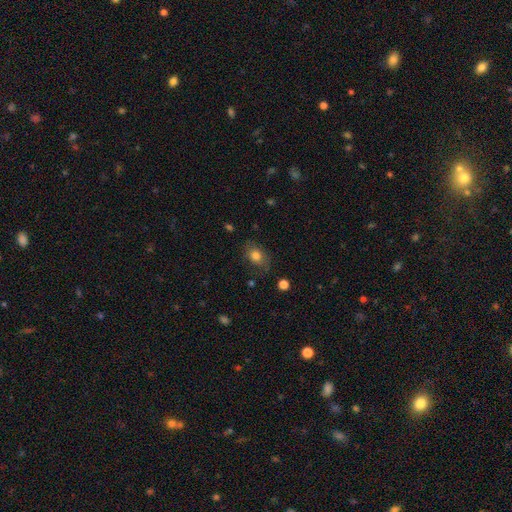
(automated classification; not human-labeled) This is likely a smooth galaxy (78%). How rounded: likely in between (71%). Merging: likely none (72%).